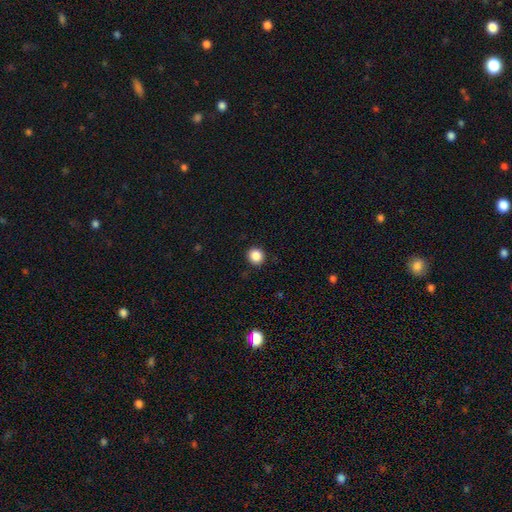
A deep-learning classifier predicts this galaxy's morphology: This appears to be a smooth galaxy with no disk features (87%) that is round (90%). Merging: none (92%).